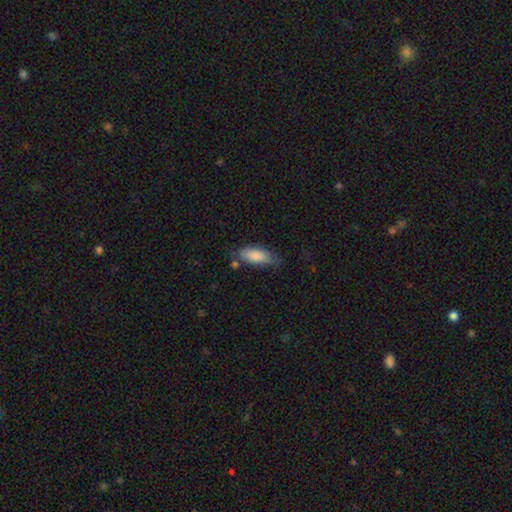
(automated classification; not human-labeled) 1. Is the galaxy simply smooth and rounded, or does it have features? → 84% smooth, 10% featured or disk, 6% star or artifact.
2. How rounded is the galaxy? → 77% in between, 21% cigar-shaped, 2% round.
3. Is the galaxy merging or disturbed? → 63% none, 26% minor disturbance, 6% major disturbance, 5% merger.